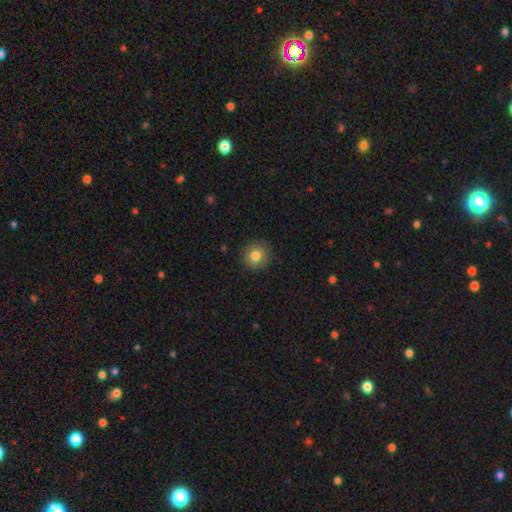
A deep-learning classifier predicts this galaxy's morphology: Smooth or featured? smooth (82%)
How rounded? round (91%)
Merging? none (89%)